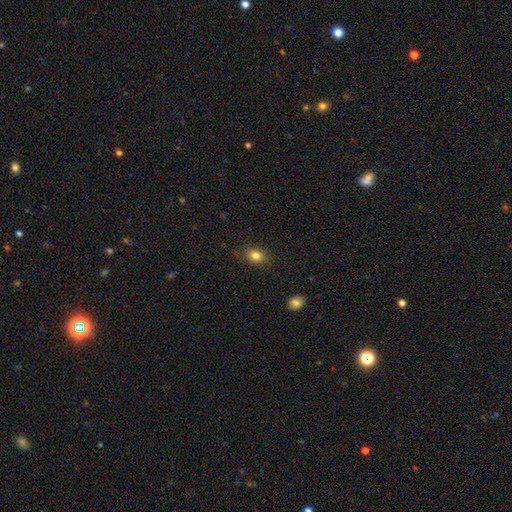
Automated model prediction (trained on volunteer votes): This appears to be a smooth galaxy with no disk features (82%) that is in between round and cigar-shaped (66%). Merging: none (81%).